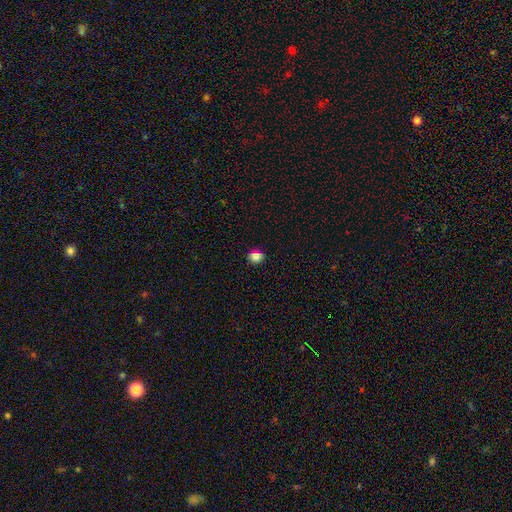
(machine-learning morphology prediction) This appears to be a smooth galaxy with no disk features (83%) that is round (73%). Merging: none (89%).